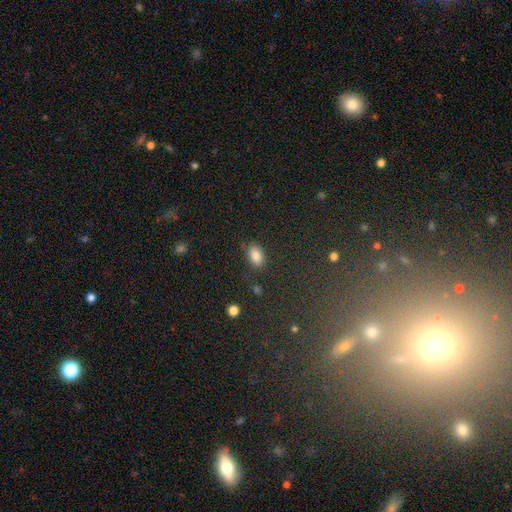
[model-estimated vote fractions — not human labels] Smooth or featured? Predicted: smooth (p=0.86). How rounded? Predicted: in between (p=0.91). Merging? Predicted: none (p=0.79).